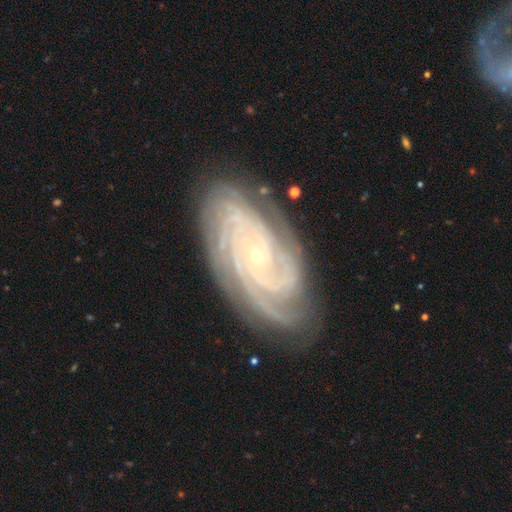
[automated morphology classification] featured or disk 90%, star or artifact 6%, smooth 4%. Down the decision tree: edge-on disk — no (96%); bar — no (73%); spiral arms — yes (98%); spiral arm count — 4 (32%); spiral winding — tight (78%); bulge size — small (86%); merging — none (80%).